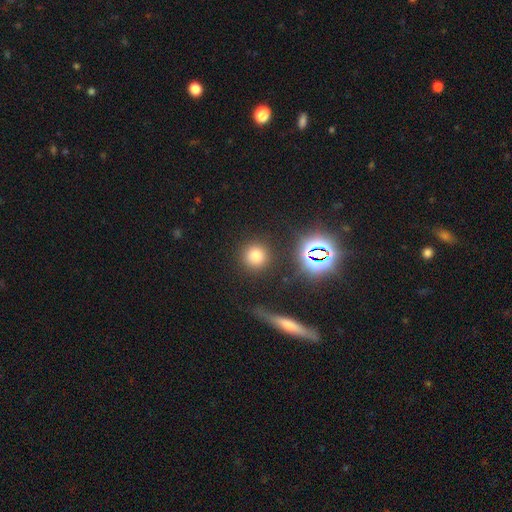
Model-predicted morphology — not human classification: smooth 73%, star or artifact 19%, featured or disk 8%. Down the decision tree: how rounded — round (92%); merging — none (87%).